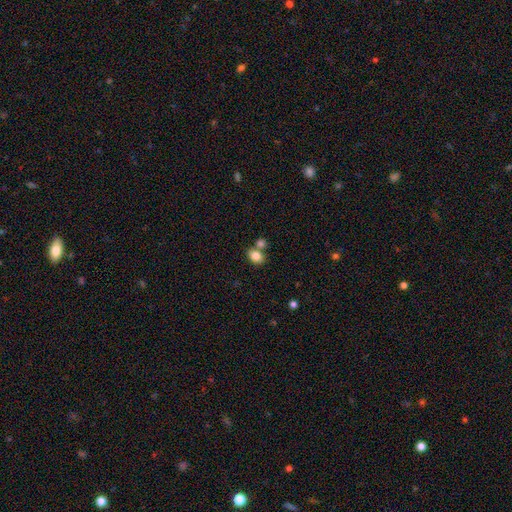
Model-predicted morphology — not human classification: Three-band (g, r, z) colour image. It shows a smooth galaxy with no disk features (84%) that is in between round and cigar-shaped (64%). Merging: none (55%).